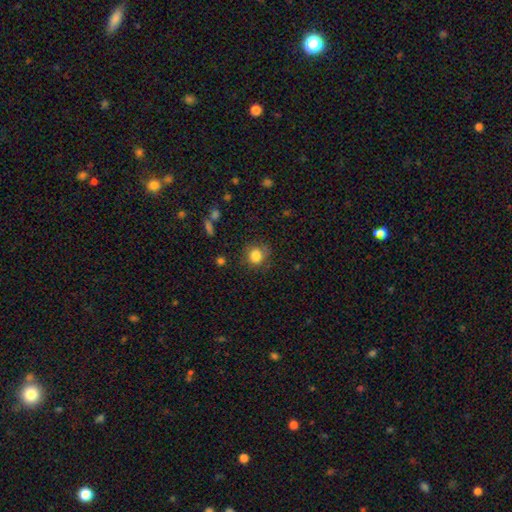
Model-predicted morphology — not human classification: This appears to be a smooth galaxy with no disk features (84%) that is round (83%). Merging: none (79%).